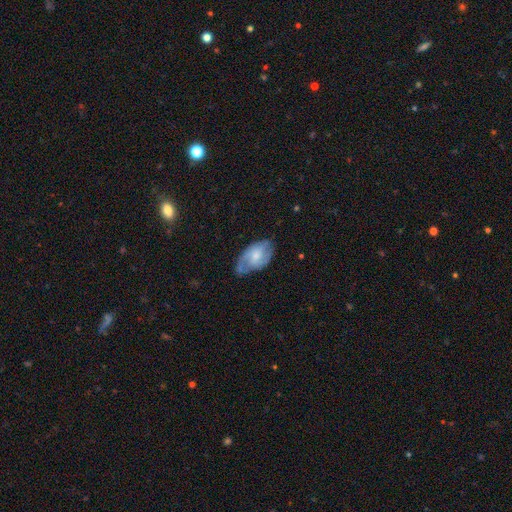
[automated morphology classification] Smooth or featured?
  - featured or disk: 59% *
  - smooth: 35%
  - star or artifact: 6%
Edge-on disk?
  - no: 95% *
  - yes: 5%
Bar?
  - no: 56% *
  - weak: 38%
  - strong: 7%
Spiral arms?
  - yes: 83% *
  - no: 17%
Bulge size?
  - moderate: 46% *
  - small: 31%
  - none: 12%
  - large: 10%
  - dominant: 2%
Merging?
  - none: 59% *
  - minor disturbance: 29%
  - major disturbance: 10%
  - merger: 2%